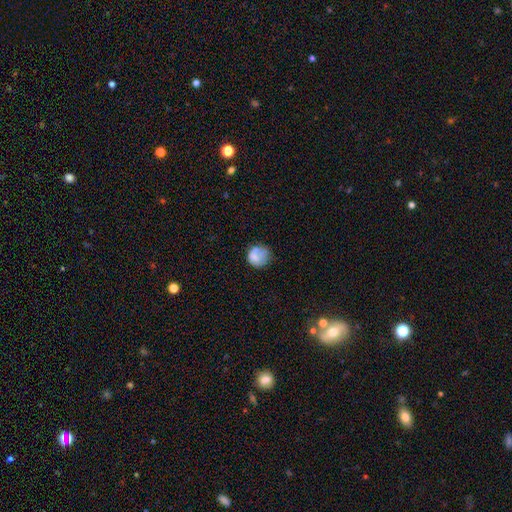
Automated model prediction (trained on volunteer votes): Smooth or featured: smooth — 71% (featured or disk — 20%)
How rounded: round — 84% (in between — 15%)
Merging: none — 56% (minor disturbance — 25%)